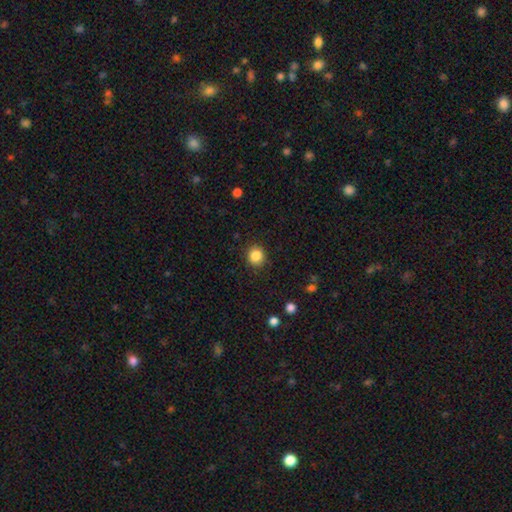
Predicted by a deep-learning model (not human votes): This appears to be a smooth galaxy with no disk features (86%) that is round (87%). Merging: none (90%).